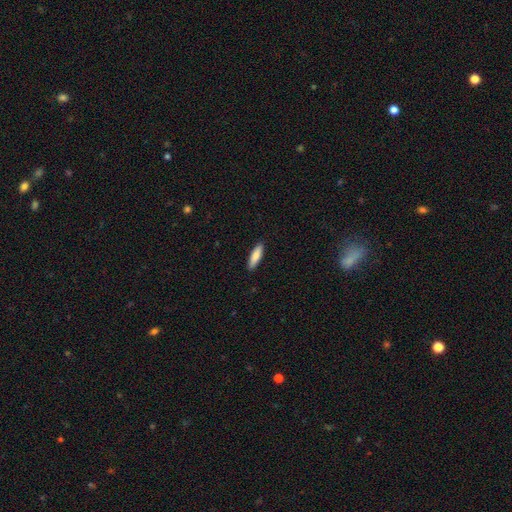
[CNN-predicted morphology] This is clearly a smooth galaxy (84%). How rounded: possibly cigar-shaped (59%). Merging: clearly none (91%).